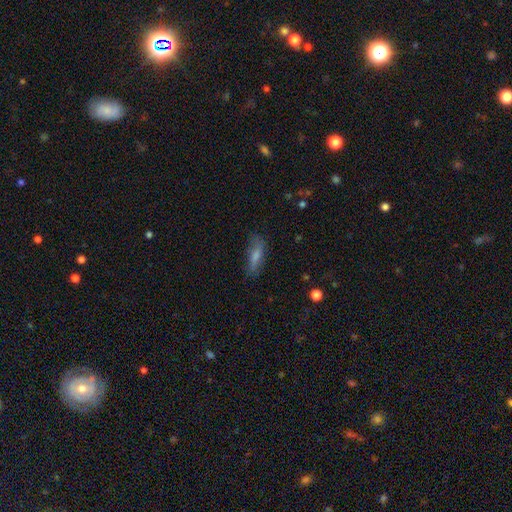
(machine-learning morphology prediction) Smooth or featured: smooth — 59% (featured or disk — 28%)
How rounded: cigar-shaped — 56% (in between — 42%)
Merging: none — 75% (minor disturbance — 18%)